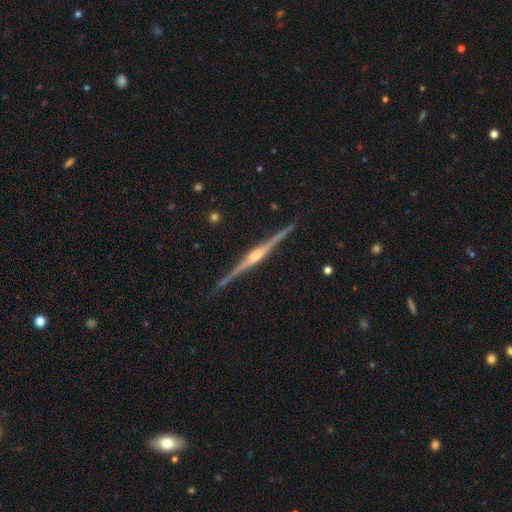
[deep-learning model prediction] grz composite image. It shows a featured or disk galaxy (89%) viewed edge-on (99%) with a rounded central bulge (81%). Merging: none (90%).